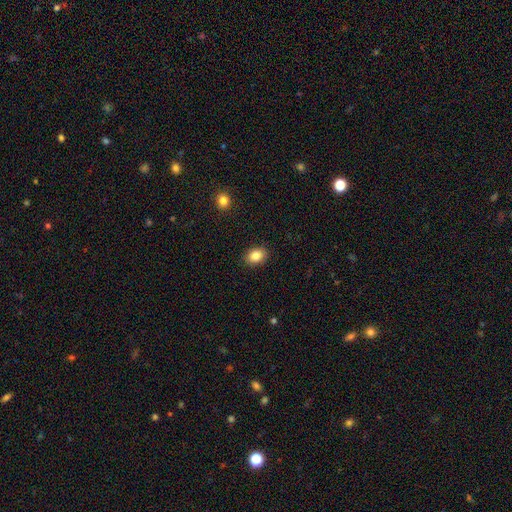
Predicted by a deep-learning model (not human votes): Smooth or featured: smooth — 85% (star or artifact — 9%)
How rounded: in between — 71% (round — 28%)
Merging: none — 89% (minor disturbance — 8%)